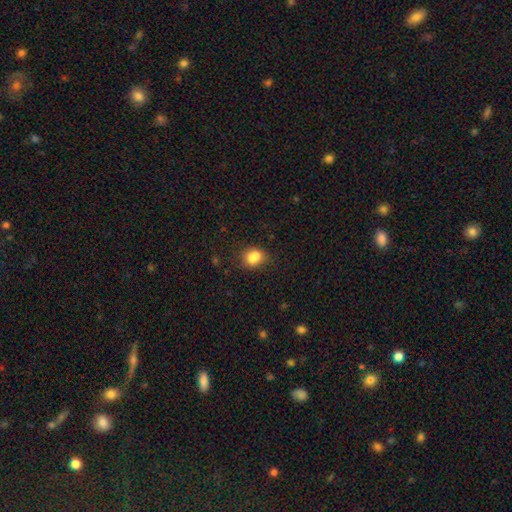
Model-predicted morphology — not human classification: The model was most divided on "how rounded": in between: 56%, round: 43%, cigar-shaped: 1%. More confident: smooth or featured — smooth (82%); merging — none (61%).